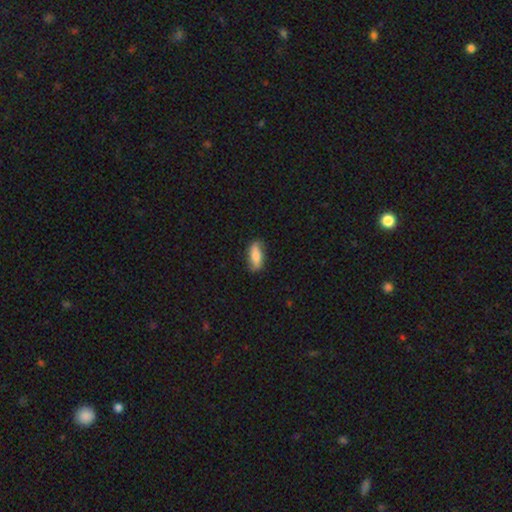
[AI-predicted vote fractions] smooth 68%, featured or disk 26%, star or artifact 6%. Down the decision tree: how rounded — in between (75%); merging — none (79%).